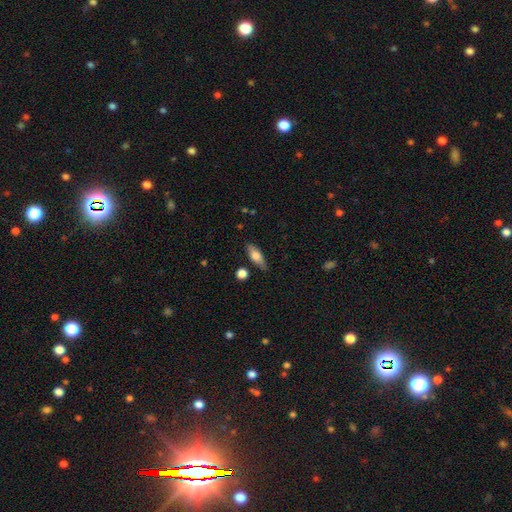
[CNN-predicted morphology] smooth-or-featured: smooth: 62% | featured or disk: 31% | star or artifact: 7%
  how-rounded: in between: 62% | cigar-shaped: 34% | round: 4%
  merging: none: 81% | minor disturbance: 13% | merger: 3% | major disturbance: 3%